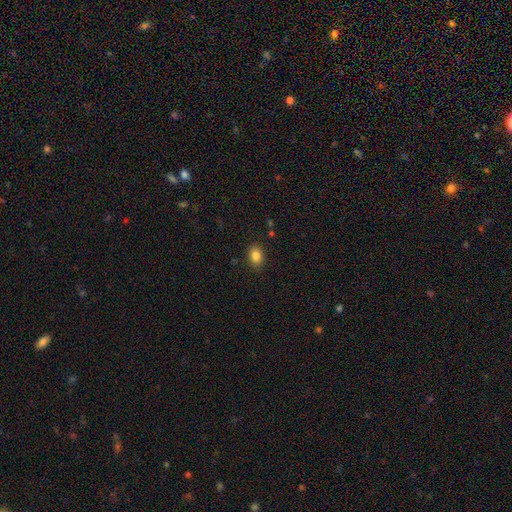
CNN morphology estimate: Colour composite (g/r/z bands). It shows a smooth galaxy with no disk features (85%) that is in between round and cigar-shaped (76%). Merging: none (86%).